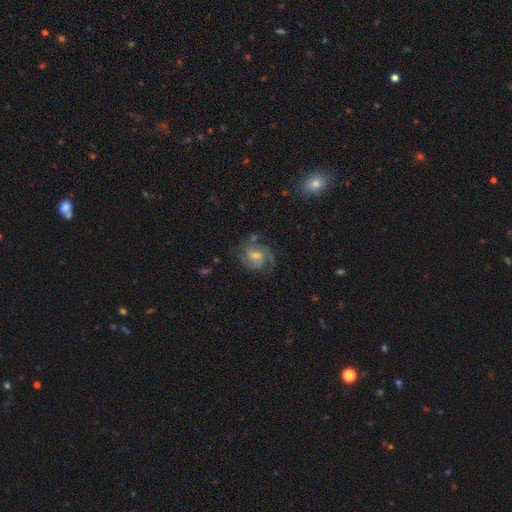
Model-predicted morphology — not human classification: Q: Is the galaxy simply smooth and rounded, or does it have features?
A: featured or disk — 77%.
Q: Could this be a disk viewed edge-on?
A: no — 98%.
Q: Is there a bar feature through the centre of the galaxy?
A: no — 62%.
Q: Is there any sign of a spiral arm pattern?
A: yes — 95%.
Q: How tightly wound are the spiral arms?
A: tight — 44%, tied with medium.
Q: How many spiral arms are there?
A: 2 — 32%.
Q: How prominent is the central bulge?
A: moderate — 52%.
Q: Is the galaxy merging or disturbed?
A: none — 70%.